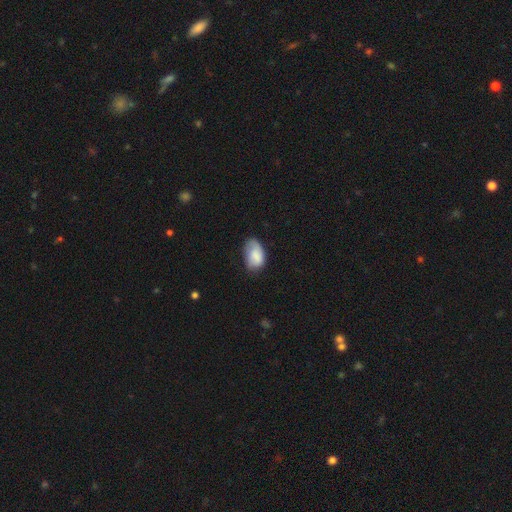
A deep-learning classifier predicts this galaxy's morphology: A smooth galaxy with no disk features (80%) that is in between round and cigar-shaped (91%). Merging: none (50%).